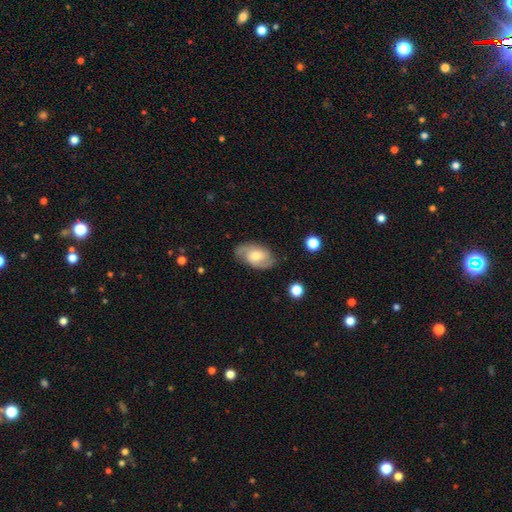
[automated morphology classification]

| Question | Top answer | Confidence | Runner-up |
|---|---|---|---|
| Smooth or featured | featured or disk | 72% | smooth (22%) |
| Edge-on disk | no | 96% | yes (4%) |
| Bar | no | 54% | weak (39%) |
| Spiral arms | yes | 93% | no (7%) |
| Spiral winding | medium | 47% | tight (33%) |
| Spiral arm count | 2 | 84% | can't tell (8%) |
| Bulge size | moderate | 57% | small (30%) |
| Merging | none | 76% | minor disturbance (17%) |